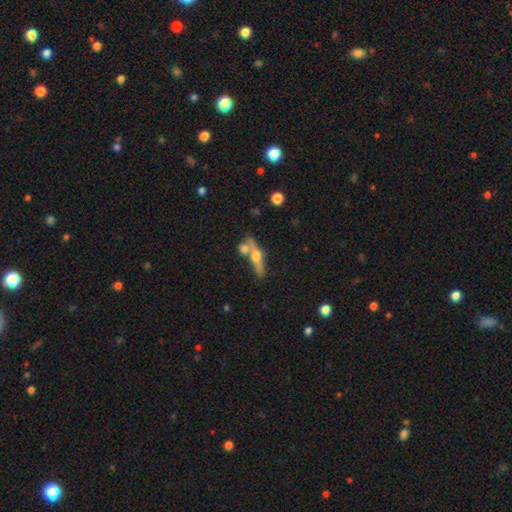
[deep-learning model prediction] The model was most divided on "merging": none: 51%, merger: 31%, minor disturbance: 12%, major disturbance: 6%. More confident: edge-on bulge — rounded (93%); edge-on disk — yes (87%); smooth or featured — featured or disk (60%).